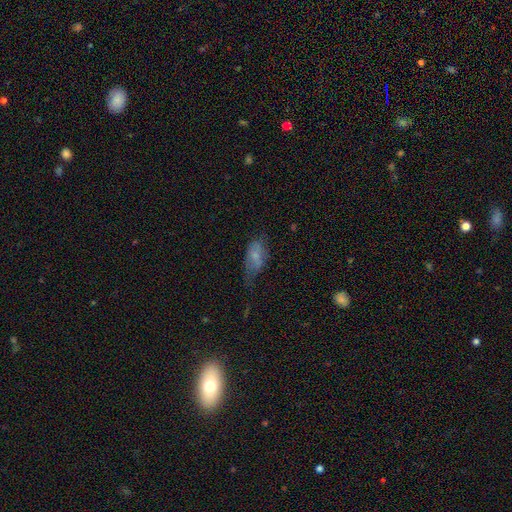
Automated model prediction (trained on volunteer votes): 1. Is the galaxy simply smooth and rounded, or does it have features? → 62% smooth, 29% featured or disk, 9% star or artifact.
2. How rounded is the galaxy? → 87% in between, 10% cigar-shaped, 4% round.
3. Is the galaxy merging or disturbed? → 36% none, 35% minor disturbance, 26% major disturbance, 3% merger.